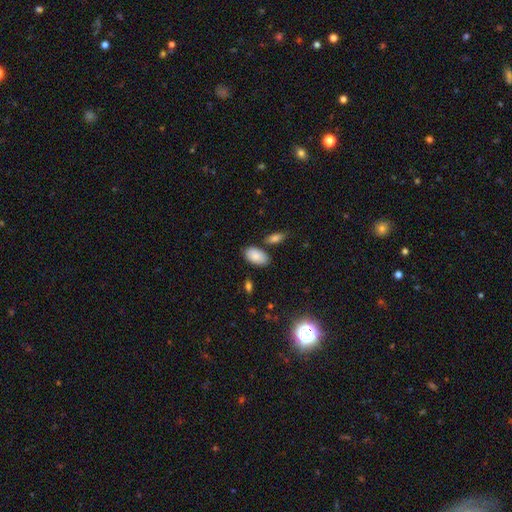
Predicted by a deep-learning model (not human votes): Smooth or featured: smooth — 86% (star or artifact — 7%)
How rounded: in between — 94% (round — 4%)
Merging: none — 76% (minor disturbance — 14%)